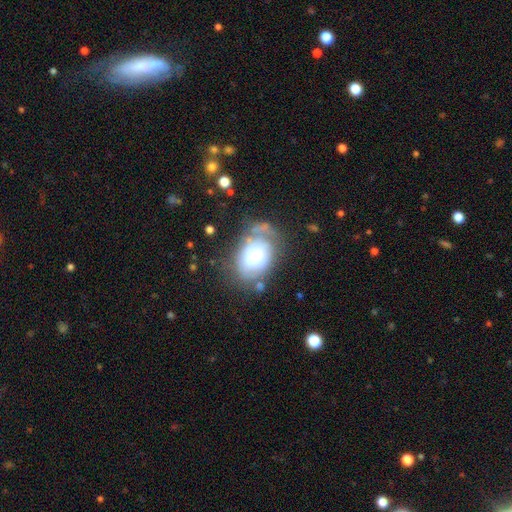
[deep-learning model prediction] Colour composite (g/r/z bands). It shows a smooth galaxy with no disk features (47%). Merging: none (45%).